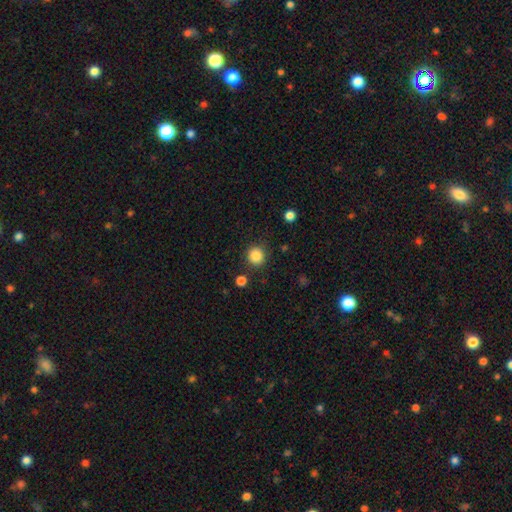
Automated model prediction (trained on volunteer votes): Overall: smooth (86%). How rounded: round (93%). Merging: none (86%).